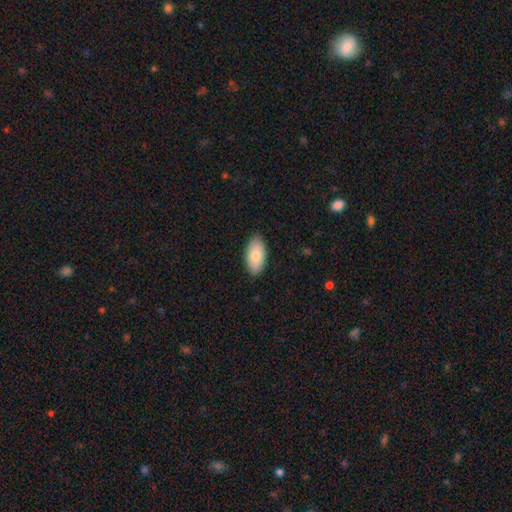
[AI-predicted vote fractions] A smooth galaxy with no disk features (81%) that is in between round and cigar-shaped (95%).

Vote fractions:
- Smooth or featured? smooth: 81% / featured or disk: 13% / star or artifact: 6%
- How rounded? in between: 95% / cigar-shaped: 3% / round: 2%
- Merging? none: 85% / minor disturbance: 12% / major disturbance: 2% / merger: 1%